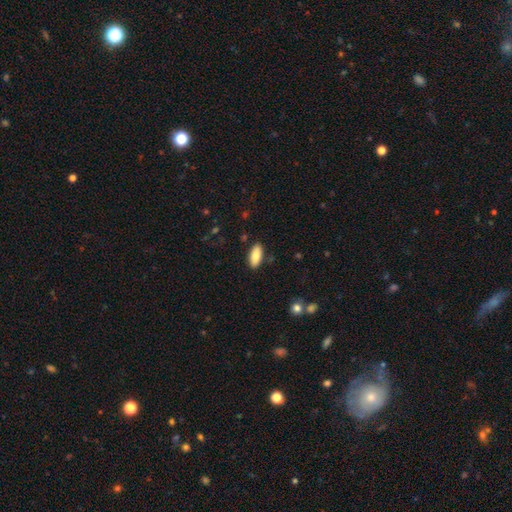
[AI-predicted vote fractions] Smooth or featured? Predicted: smooth (p=0.84). How rounded? Predicted: in between (p=0.88). Merging? Predicted: none (p=0.87).